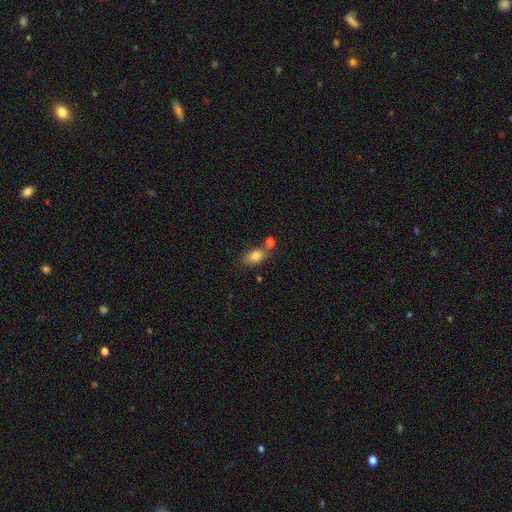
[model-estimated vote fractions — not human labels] Smooth or featured?
  - smooth: 81% *
  - featured or disk: 10%
  - star or artifact: 9%
How rounded?
  - in between: 83% *
  - round: 13%
  - cigar-shaped: 4%
Merging?
  - none: 63% *
  - merger: 19%
  - minor disturbance: 15%
  - major disturbance: 4%